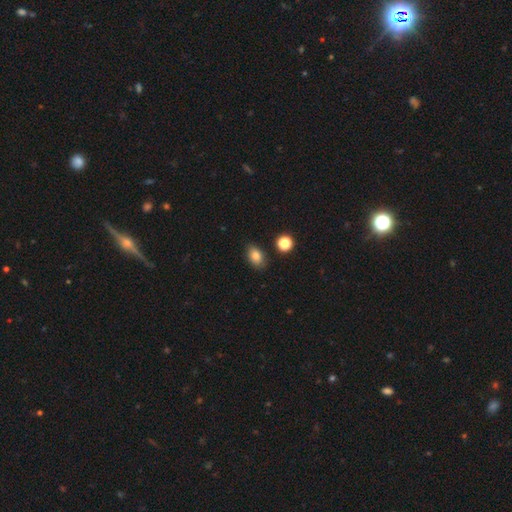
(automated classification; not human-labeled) This appears to be a smooth galaxy with no disk features (82%) that is in between round and cigar-shaped (82%). Merging: none (82%).